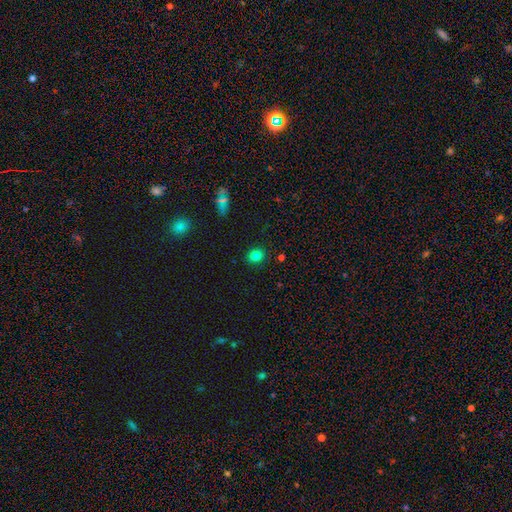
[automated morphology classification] Smooth or featured? smooth (81%)
How rounded? round (70%)
Merging? none (88%)